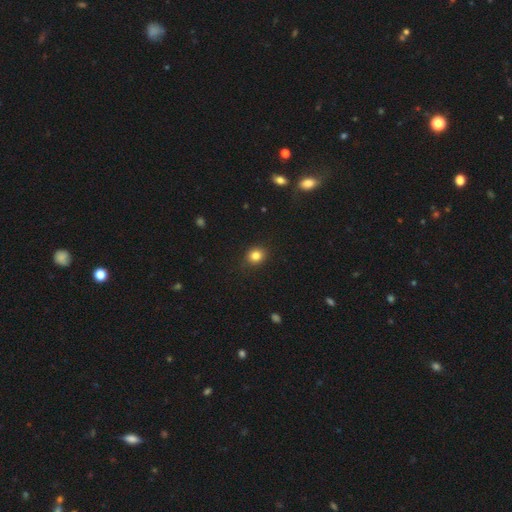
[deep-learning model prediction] Smooth or featured? Predicted: smooth (p=0.83). How rounded? Predicted: round (p=0.72). Merging? Predicted: none (p=0.89).